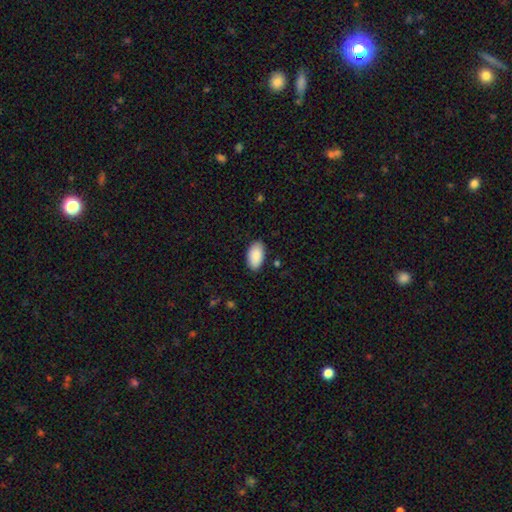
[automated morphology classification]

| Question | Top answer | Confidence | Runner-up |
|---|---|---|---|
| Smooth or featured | smooth | 89% | star or artifact (6%) |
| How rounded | in between | 96% | round (3%) |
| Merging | none | 86% | minor disturbance (10%) |